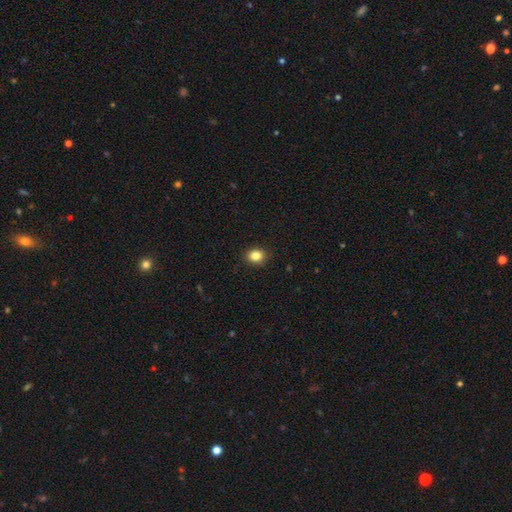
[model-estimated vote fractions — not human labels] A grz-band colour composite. It shows a smooth galaxy with no disk features (84%) that is round (59%). Merging: none (89%).